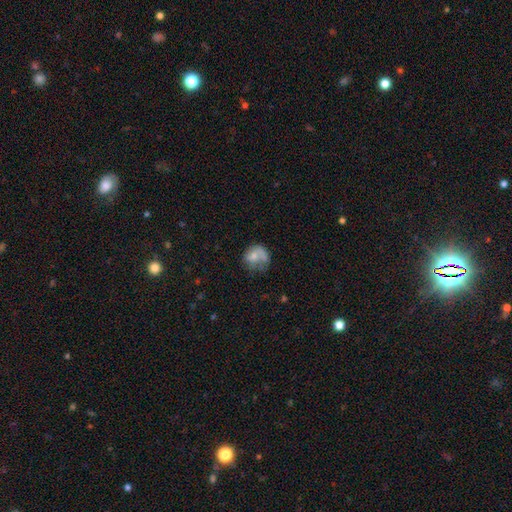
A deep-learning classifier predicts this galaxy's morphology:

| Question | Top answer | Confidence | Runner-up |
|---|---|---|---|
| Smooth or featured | smooth | 55% | featured or disk (37%) |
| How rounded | round | 64% | in between (35%) |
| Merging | none | 35% | major disturbance (31%) |